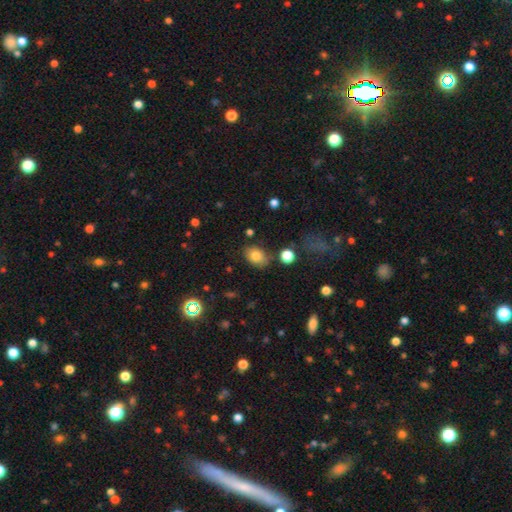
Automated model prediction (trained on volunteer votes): Overall: smooth (81%). How rounded: in between (76%). Merging: none (77%).